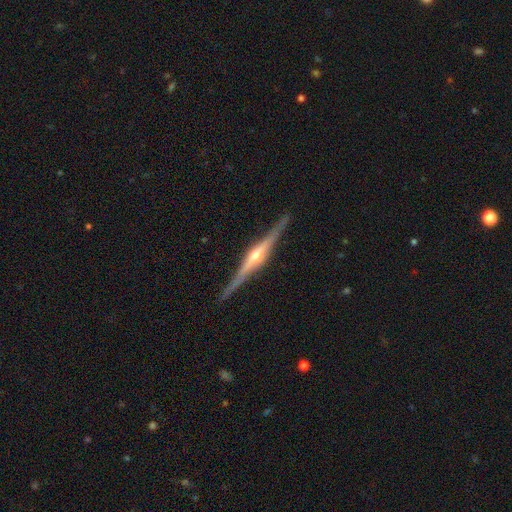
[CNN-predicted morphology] A featured or disk galaxy (88%) viewed edge-on (98%) with a rounded central bulge (86%). Merging: none (91%).